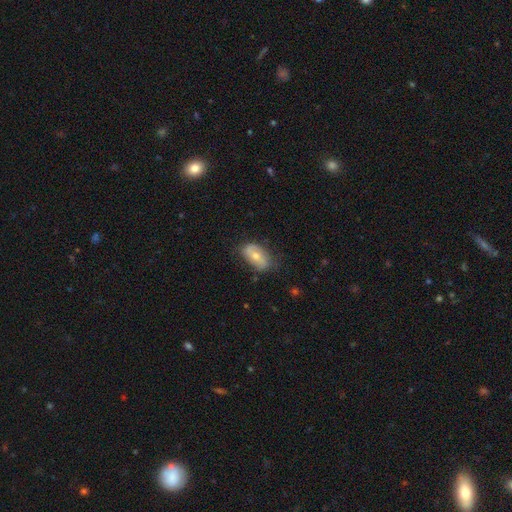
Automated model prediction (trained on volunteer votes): Overall: smooth (52%; featured or disk 41%). How rounded: in between (91%). Merging: none (67%).